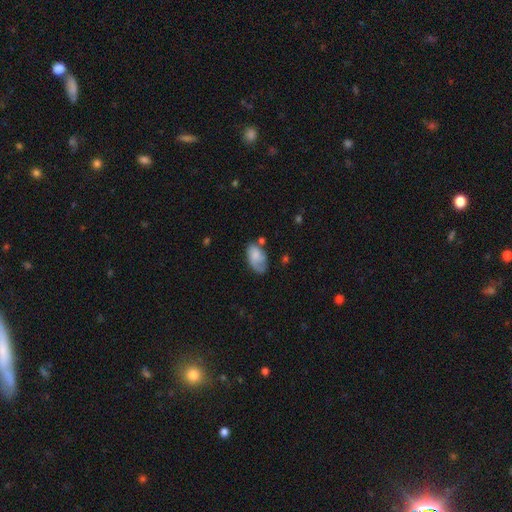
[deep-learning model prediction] A smooth galaxy with no disk features (63%) that is in between round and cigar-shaped (92%). Merging: none (47%).